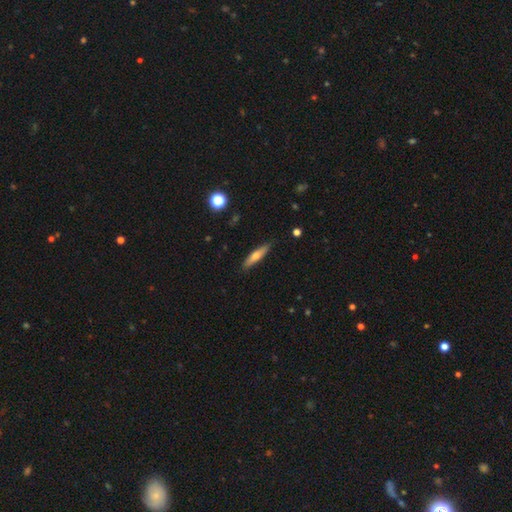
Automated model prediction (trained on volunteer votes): Smooth or featured? smooth (54%)
How rounded? cigar-shaped (80%)
Merging? none (88%)